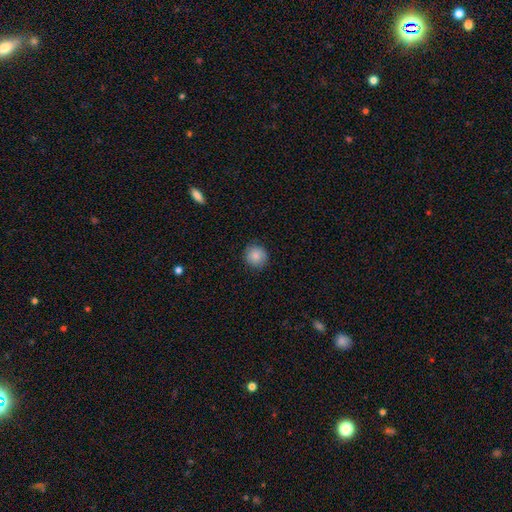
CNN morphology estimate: Smooth or featured: smooth — 83% (featured or disk — 8%)
How rounded: round — 91% (in between — 8%)
Merging: none — 86% (minor disturbance — 11%)